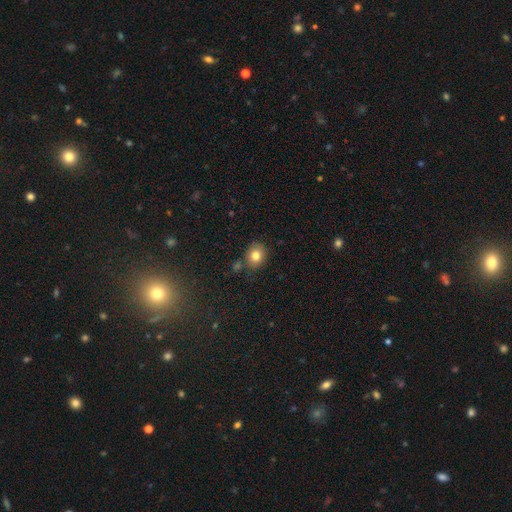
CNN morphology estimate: type=smooth (80%); roundness=round (64%); merging=none (75%).